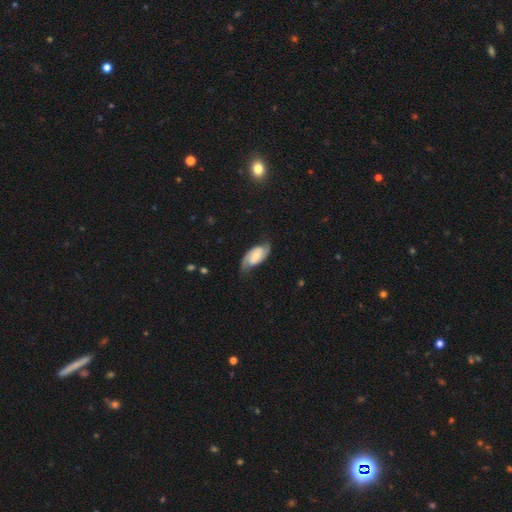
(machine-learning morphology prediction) Q: Smooth or featured?
A: featured or disk (70%); runner-up: smooth (24%)
Q: Edge-on disk?
A: no (95%); runner-up: yes (5%)
Q: Bar?
A: no (59%); runner-up: weak (32%)
Q: Spiral arms?
A: yes (93%); runner-up: no (7%)
Q: Spiral winding?
A: medium (43%); runner-up: tight (32%)
Q: Spiral arm count?
A: 2 (87%); runner-up: can't tell (7%)
Q: Bulge size?
A: small (45%); runner-up: moderate (38%)
Q: Merging?
A: none (70%); runner-up: minor disturbance (21%)